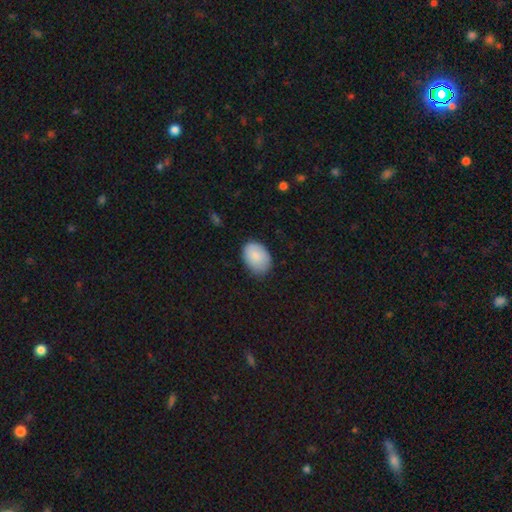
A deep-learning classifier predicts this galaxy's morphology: type=smooth (86%); roundness=in between (80%); merging=none (79%).